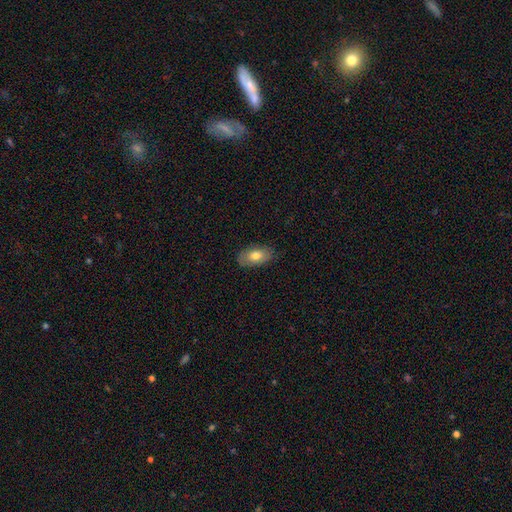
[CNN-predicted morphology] This is likely a smooth galaxy (75%). How rounded: clearly in between (92%). Merging: clearly none (84%).